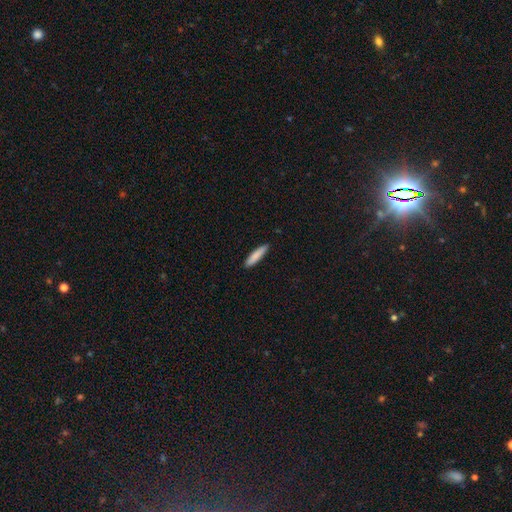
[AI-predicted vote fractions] Q: Smooth or featured?
A: smooth (85%); runner-up: featured or disk (9%)
Q: How rounded?
A: cigar-shaped (84%); runner-up: in between (15%)
Q: Merging?
A: none (89%); runner-up: minor disturbance (8%)